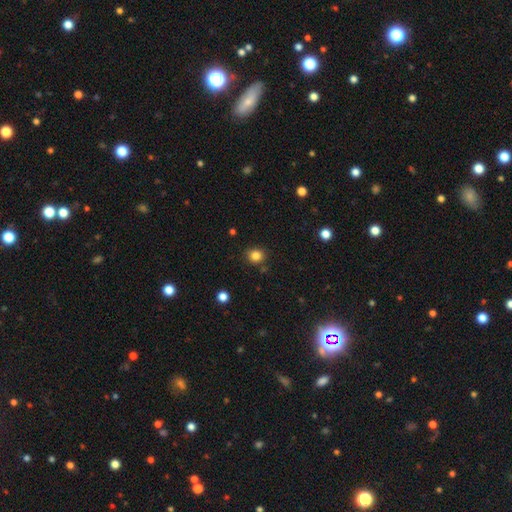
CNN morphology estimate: A smooth galaxy with no disk features (83%) that is round (81%). Merging: none (85%).